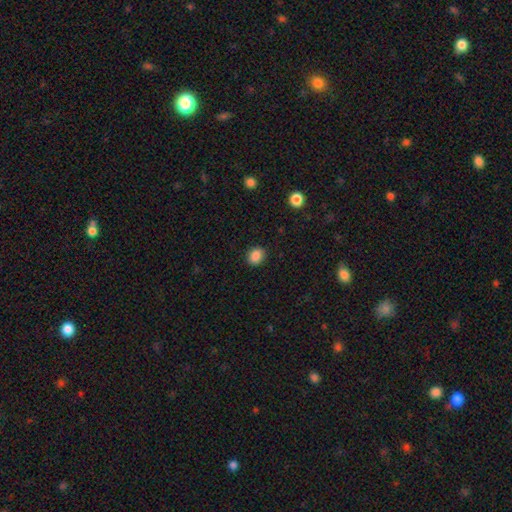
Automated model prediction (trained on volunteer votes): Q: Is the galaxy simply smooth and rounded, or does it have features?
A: smooth — 87%.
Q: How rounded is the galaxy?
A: round — 61%.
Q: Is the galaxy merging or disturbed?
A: none — 89%.